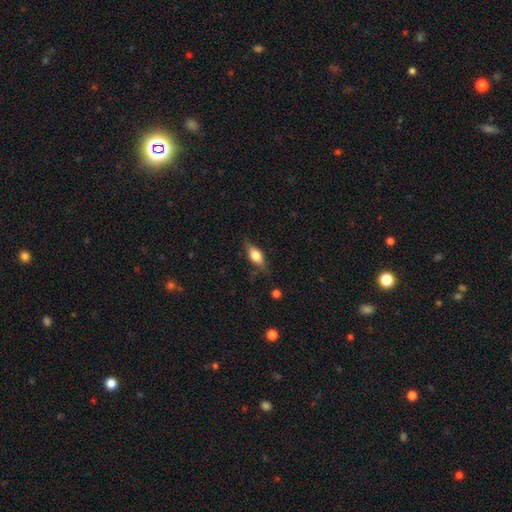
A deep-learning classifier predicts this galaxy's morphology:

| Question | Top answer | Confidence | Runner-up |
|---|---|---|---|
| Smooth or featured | smooth | 62% | featured or disk (31%) |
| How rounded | in between | 76% | cigar-shaped (18%) |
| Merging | none | 71% | minor disturbance (21%) |